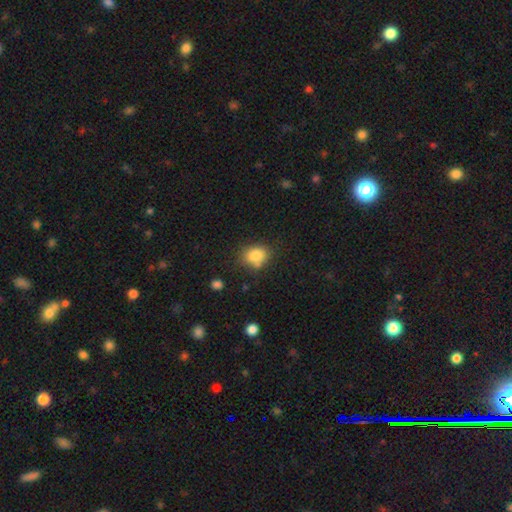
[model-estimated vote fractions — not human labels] Smooth or featured? Predicted: smooth (p=0.82). How rounded? Predicted: round (p=0.51). Merging? Predicted: none (p=0.66).